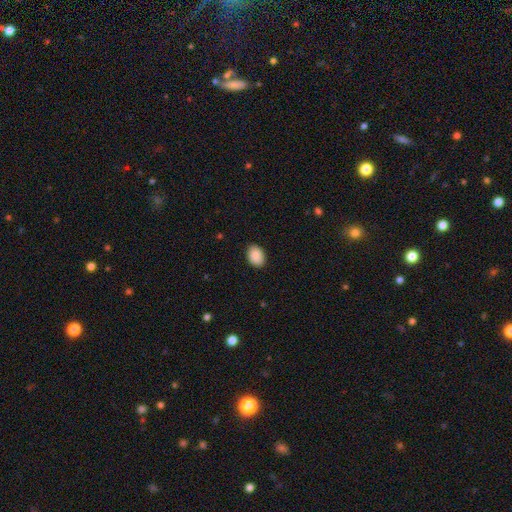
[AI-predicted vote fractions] A smooth galaxy with no disk features (90%) that is in between round and cigar-shaped (76%). Merging: none (88%).